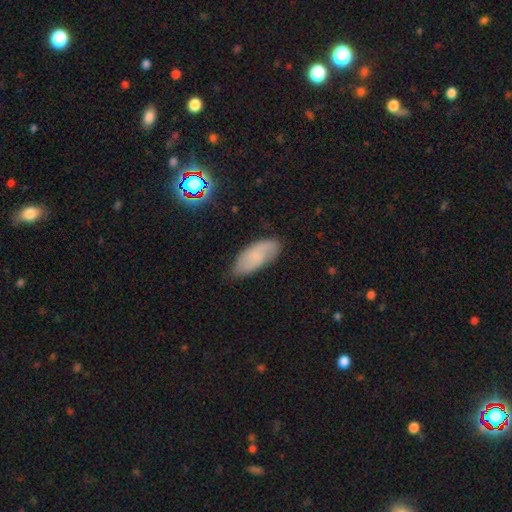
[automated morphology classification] Overall: smooth (66%). How rounded: in between (85%). Merging: none (71%).